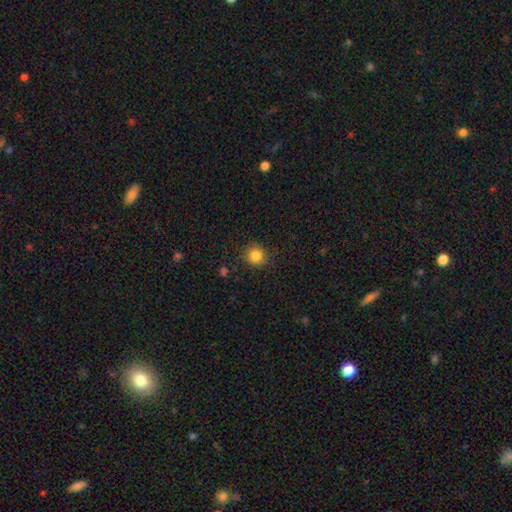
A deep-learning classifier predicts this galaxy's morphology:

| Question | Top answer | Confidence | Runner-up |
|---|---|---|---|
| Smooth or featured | smooth | 85% | star or artifact (11%) |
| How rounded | round | 90% | in between (9%) |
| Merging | none | 88% | minor disturbance (8%) |